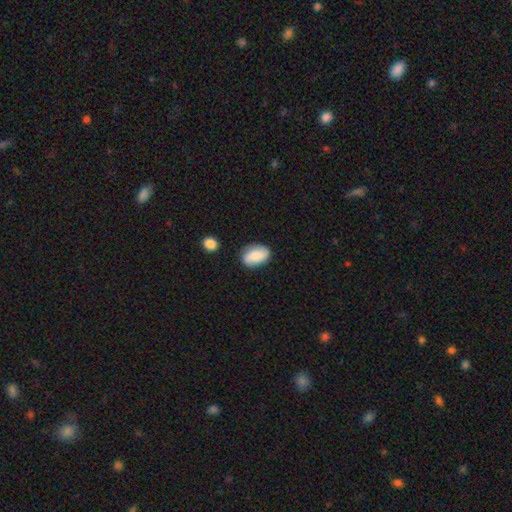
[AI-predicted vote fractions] smooth_or_featured: smooth (p=0.78) [alt: featured or disk p=0.15]
how_rounded: in between (p=0.87) [alt: round p=0.12]
merging: none (p=0.76) [alt: minor disturbance p=0.17]